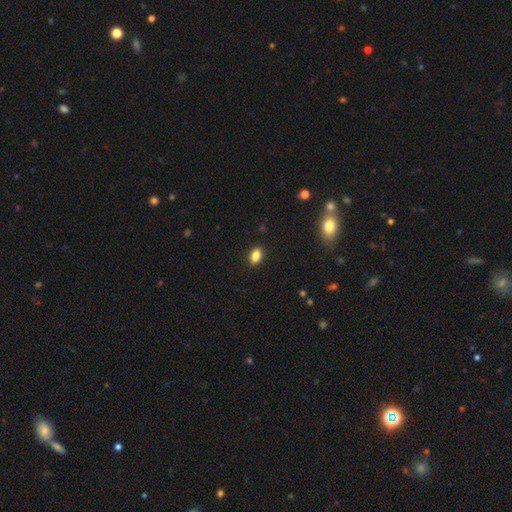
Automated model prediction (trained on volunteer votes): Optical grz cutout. It shows a smooth galaxy with no disk features (85%) that is in between round and cigar-shaped (86%). Merging: none (88%).